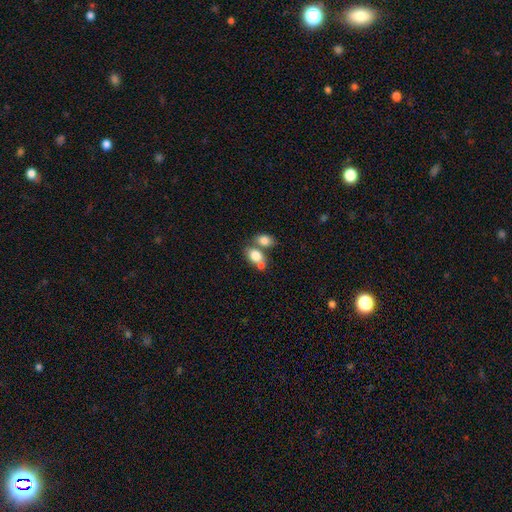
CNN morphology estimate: Smooth or featured: smooth — 79% (featured or disk — 11%)
How rounded: in between — 72% (round — 27%)
Merging: merger — 50% (none — 36%)